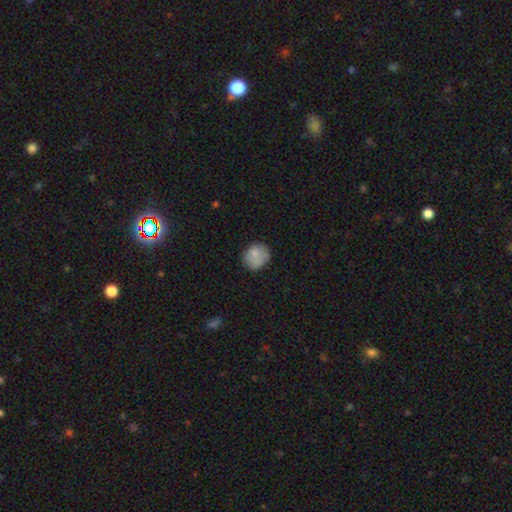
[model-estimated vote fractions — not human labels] Q: Smooth or featured?
A: smooth (79%); runner-up: featured or disk (13%)
Q: How rounded?
A: round (67%); runner-up: in between (32%)
Q: Merging?
A: none (66%); runner-up: minor disturbance (24%)